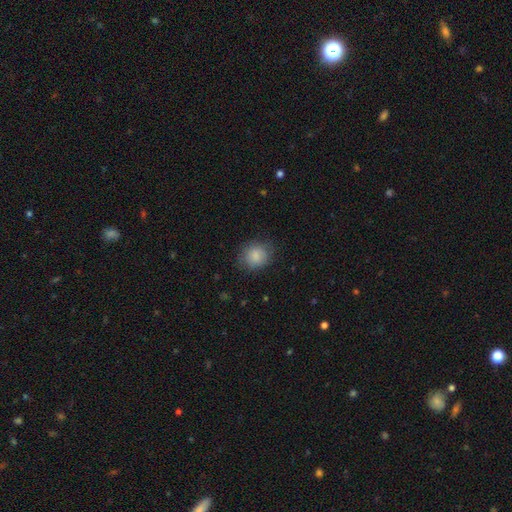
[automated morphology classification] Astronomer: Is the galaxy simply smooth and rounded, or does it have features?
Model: smooth — 86%.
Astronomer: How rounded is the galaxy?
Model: round — 70%.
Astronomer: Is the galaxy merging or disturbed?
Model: none — 78%.